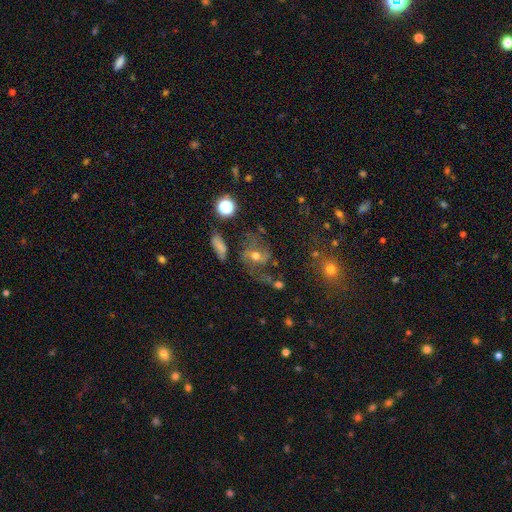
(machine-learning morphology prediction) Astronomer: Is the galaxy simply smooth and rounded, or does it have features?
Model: featured or disk — 53%.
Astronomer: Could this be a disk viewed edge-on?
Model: no — 95%.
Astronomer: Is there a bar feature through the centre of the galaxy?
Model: no — 63%.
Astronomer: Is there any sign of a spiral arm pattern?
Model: yes — 72%.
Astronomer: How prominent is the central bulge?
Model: moderate — 55% (runner-up: small, 33%).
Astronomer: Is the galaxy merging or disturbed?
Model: none — 44% (runner-up: major disturbance, 27%).